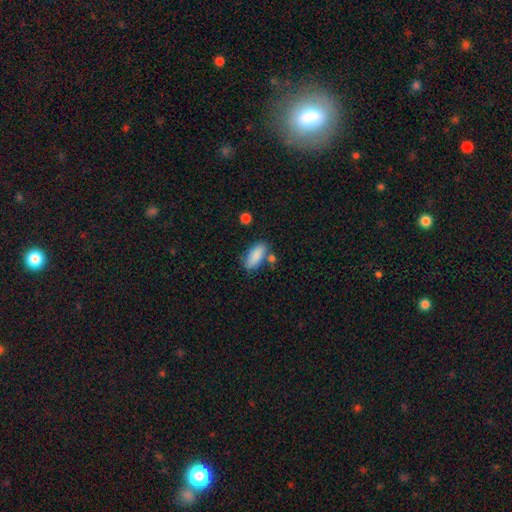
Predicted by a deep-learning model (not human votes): Smooth or featured? smooth (86%)
How rounded? in between (85%)
Merging? none (66%)